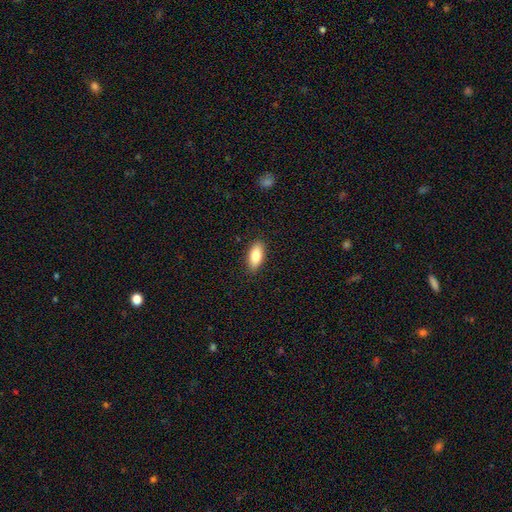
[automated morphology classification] Q: Smooth or featured?
A: smooth (83%); runner-up: featured or disk (10%)
Q: How rounded?
A: in between (86%); runner-up: cigar-shaped (12%)
Q: Merging?
A: none (89%); runner-up: minor disturbance (8%)